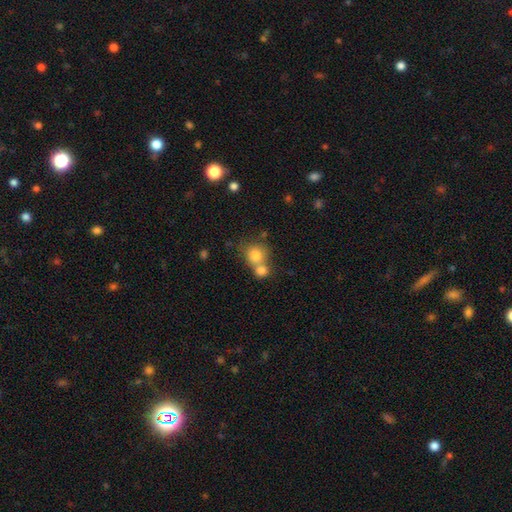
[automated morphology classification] smooth 80%, featured or disk 10%, star or artifact 10%. Down the decision tree: how rounded — round (82%); merging — merger (51%).